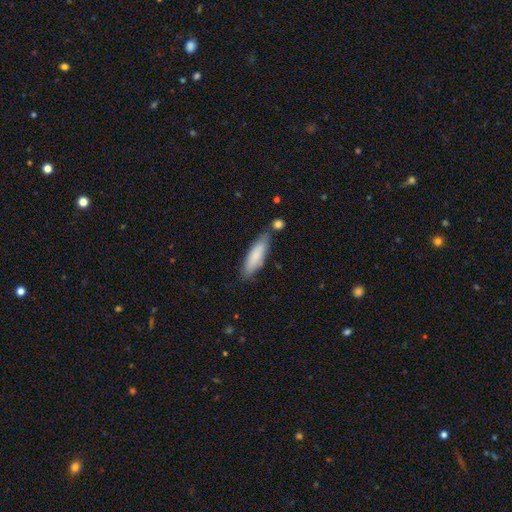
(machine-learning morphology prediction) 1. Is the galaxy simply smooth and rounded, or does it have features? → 81% smooth, 13% featured or disk, 6% star or artifact.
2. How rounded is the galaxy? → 60% cigar-shaped, 39% in between, 1% round.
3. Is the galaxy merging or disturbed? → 71% none, 17% minor disturbance, 8% merger, 4% major disturbance.